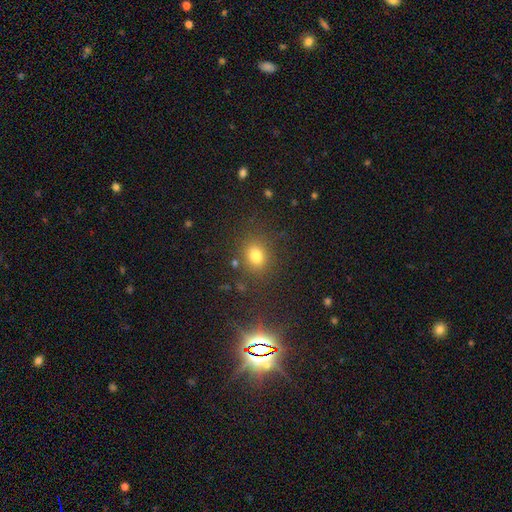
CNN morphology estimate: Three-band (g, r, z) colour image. It shows a smooth galaxy with no disk features (76%) that is round (61%). Merging: none (80%).